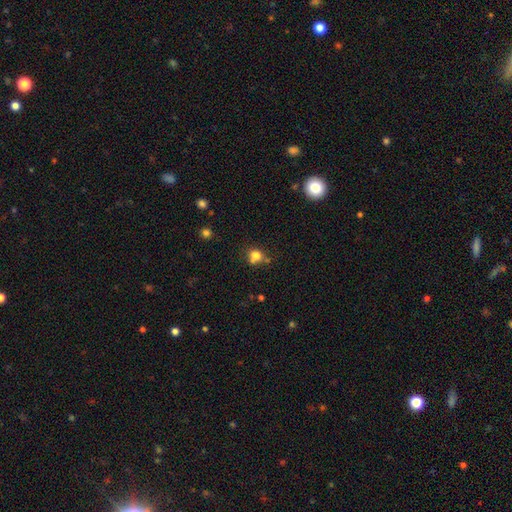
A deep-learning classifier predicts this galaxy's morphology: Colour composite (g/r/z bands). It shows a smooth galaxy with no disk features (77%) that is round (78%). Merging: none (55%).